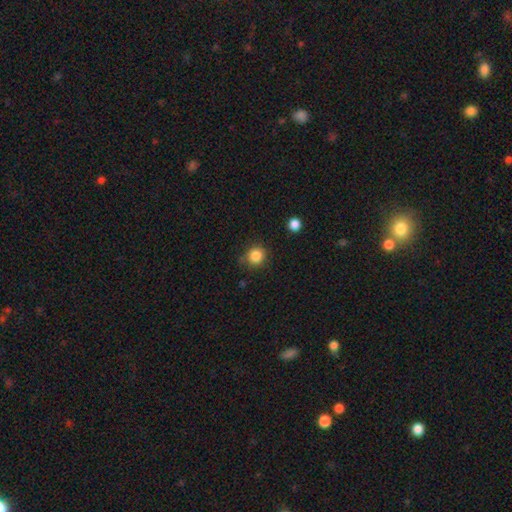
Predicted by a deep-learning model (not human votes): Smooth or featured? Predicted: smooth (p=0.85). How rounded? Predicted: round (p=0.90). Merging? Predicted: none (p=0.80).